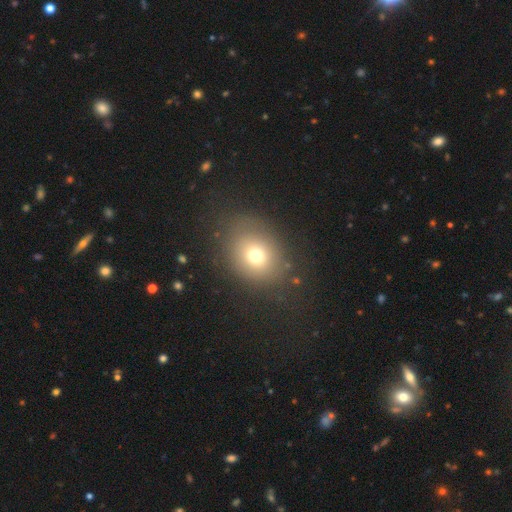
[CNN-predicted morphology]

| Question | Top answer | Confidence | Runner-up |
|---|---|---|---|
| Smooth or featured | smooth | 70% | star or artifact (16%) |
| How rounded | round | 58% | in between (41%) |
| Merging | none | 76% | minor disturbance (13%) |